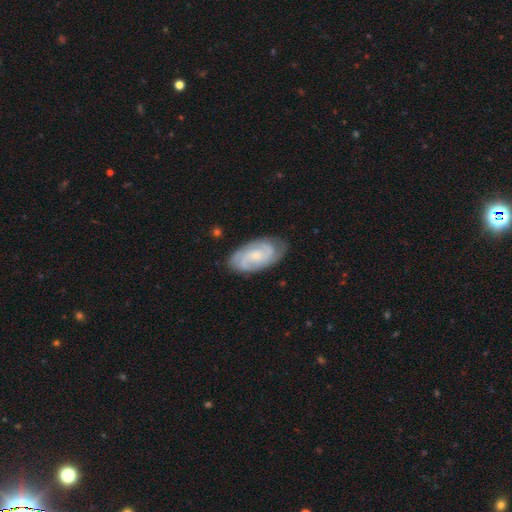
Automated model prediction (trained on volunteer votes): A featured or disk galaxy (77%) with no bar (62%), 2 (39%) tight (54%) spiral arms (95%) and a small central bulge (59%). Merging: none (78%).